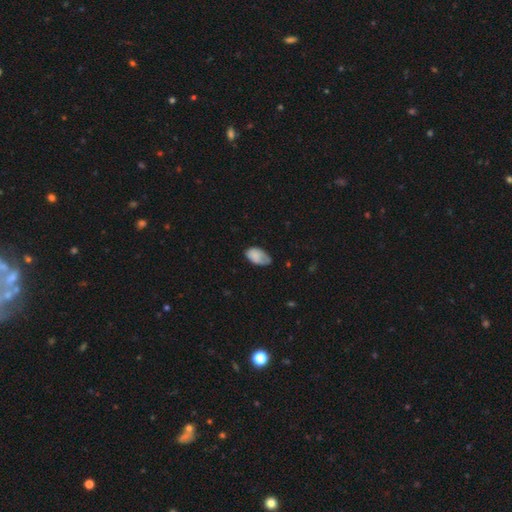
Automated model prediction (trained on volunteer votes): smooth_or_featured: smooth (p=0.80) [alt: featured or disk p=0.13]
how_rounded: in between (p=0.92) [alt: round p=0.06]
merging: none (p=0.47) [alt: minor disturbance p=0.38]